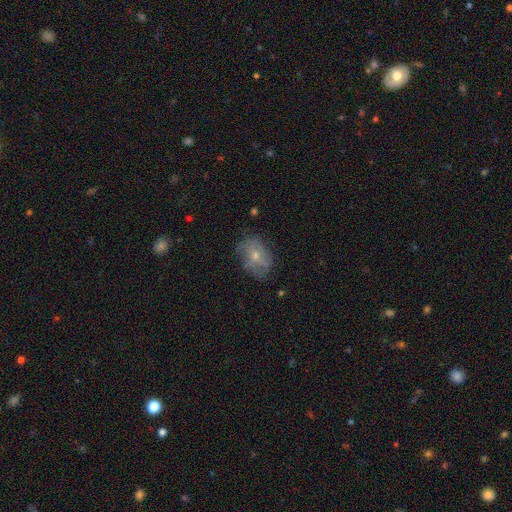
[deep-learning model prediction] A featured or disk galaxy (46%). Merging: none (61%).